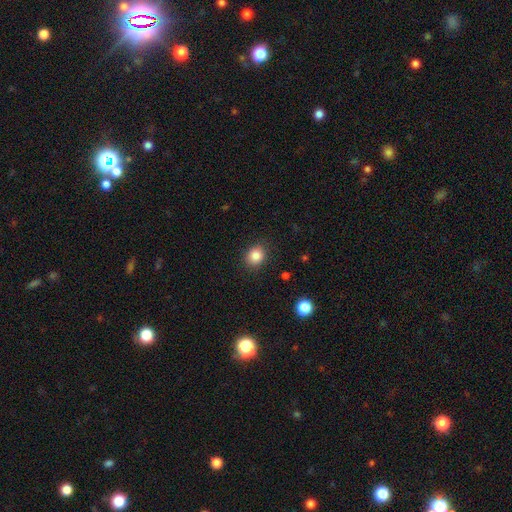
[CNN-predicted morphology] smooth-or-featured: smooth: 85% | star or artifact: 10% | featured or disk: 5%
  how-rounded: round: 68% | in between: 31% | cigar-shaped: 1%
  merging: none: 88% | minor disturbance: 9% | major disturbance: 3% | merger: 1%